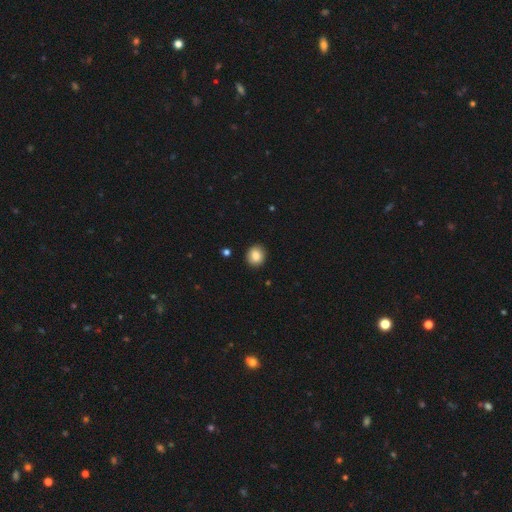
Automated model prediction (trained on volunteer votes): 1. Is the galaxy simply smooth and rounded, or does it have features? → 85% smooth, 9% star or artifact, 6% featured or disk.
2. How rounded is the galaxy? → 85% round, 14% in between, 1% cigar-shaped.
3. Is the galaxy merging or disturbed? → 91% none, 6% minor disturbance, 2% major disturbance, 1% merger.